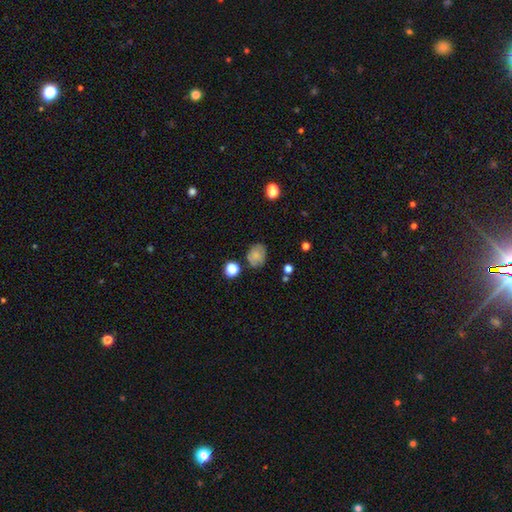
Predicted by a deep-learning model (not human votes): smooth 73%, featured or disk 15%, star or artifact 12%. Down the decision tree: how rounded — in between (50%); merging — none (68%).